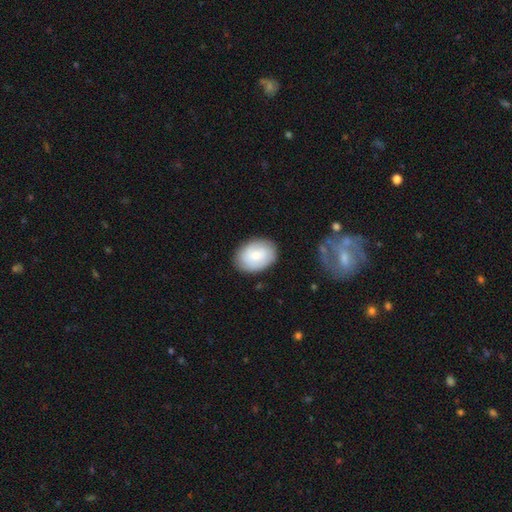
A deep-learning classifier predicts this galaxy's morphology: Smooth or featured? Predicted: smooth (p=0.69). How rounded? Predicted: in between (p=0.73). Merging? Predicted: none (p=0.83).